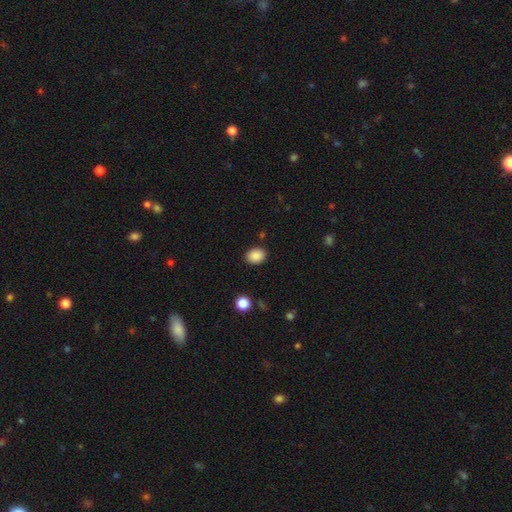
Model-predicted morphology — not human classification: The model was most divided on "how rounded": in between: 59%, round: 40%, cigar-shaped: 1%. More confident: smooth or featured — smooth (88%); merging — none (87%).